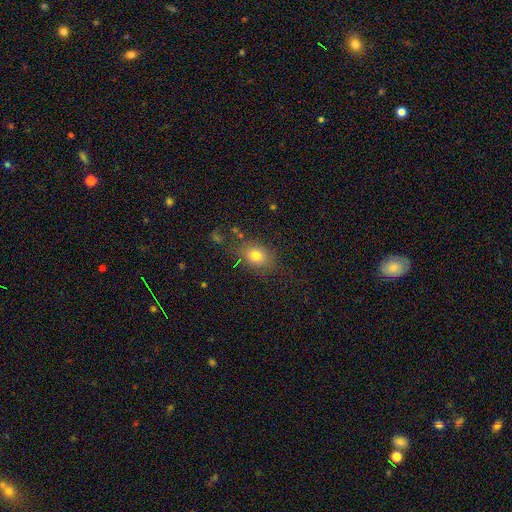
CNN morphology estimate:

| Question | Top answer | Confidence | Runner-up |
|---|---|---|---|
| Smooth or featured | smooth | 77% | star or artifact (13%) |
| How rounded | in between | 62% | round (36%) |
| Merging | none | 75% | minor disturbance (16%) |